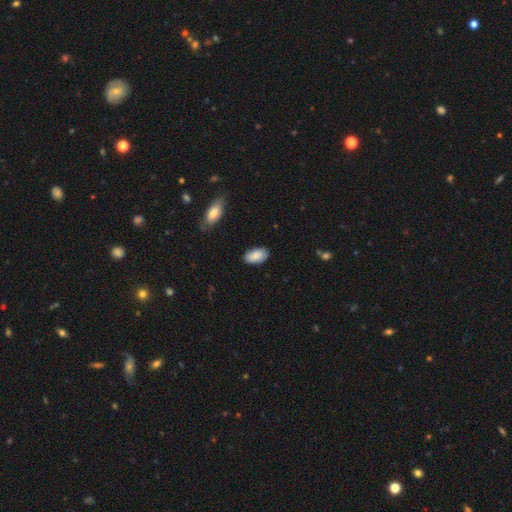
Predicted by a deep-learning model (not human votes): This is clearly a smooth galaxy (86%). How rounded: clearly in between (95%). Merging: clearly none (84%).